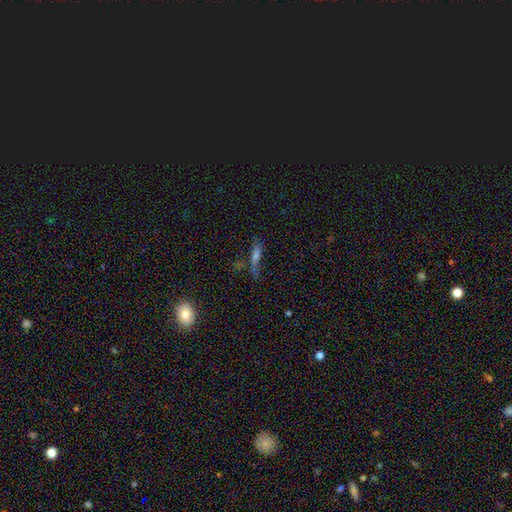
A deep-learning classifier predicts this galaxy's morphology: A smooth galaxy with no disk features (43%).

Vote fractions:
- Smooth or featured? smooth: 43% / featured or disk: 38% / star or artifact: 18%
- Merging? none: 66% / minor disturbance: 19% / major disturbance: 9% / merger: 6%